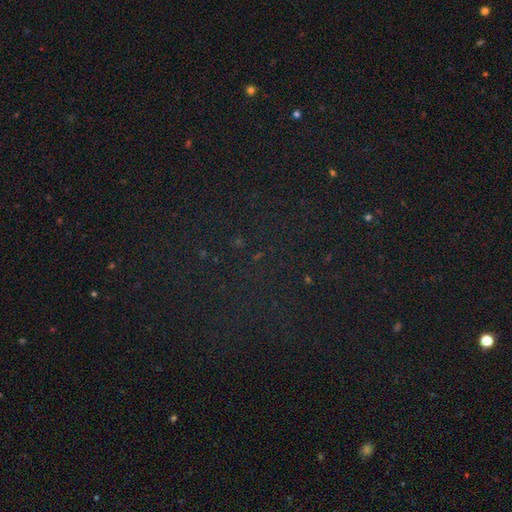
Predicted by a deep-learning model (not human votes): A star or artifact, not a galaxy (79%).

Vote fractions:
- Smooth or featured? star or artifact: 79% / smooth: 14% / featured or disk: 8%